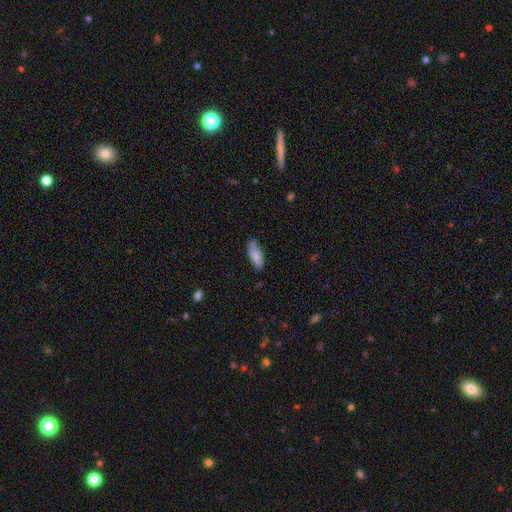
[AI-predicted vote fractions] Smooth or featured: smooth — 79% (featured or disk — 15%)
How rounded: in between — 73% (cigar-shaped — 25%)
Merging: none — 74% (minor disturbance — 20%)